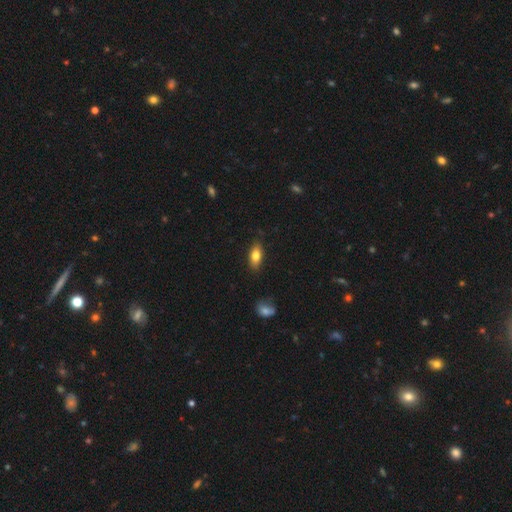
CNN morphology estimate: Overall: smooth (77%). How rounded: in between (84%). Merging: none (84%).